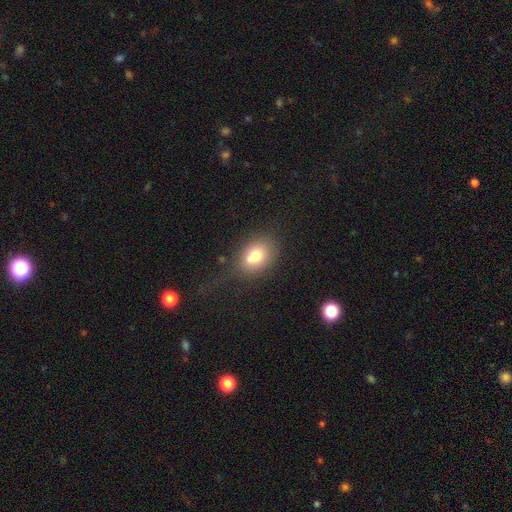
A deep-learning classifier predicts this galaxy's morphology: The model was most divided on "how rounded": in between: 57%, round: 41%, cigar-shaped: 1%. More confident: smooth or featured — smooth (73%); merging — none (51%).